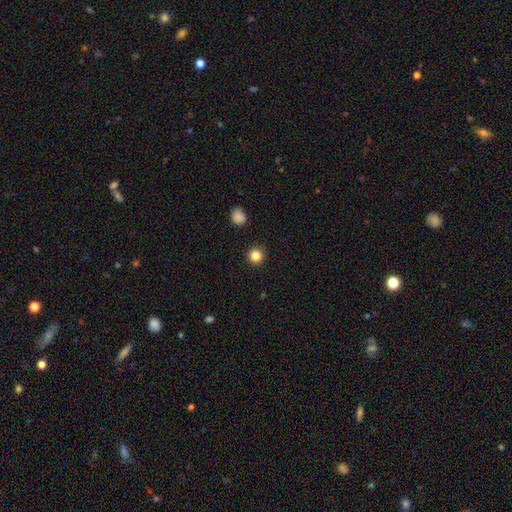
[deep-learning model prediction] smooth_or_featured: smooth (p=0.84) [alt: star or artifact p=0.12]
how_rounded: round (p=0.95) [alt: in between p=0.04]
merging: none (p=0.93) [alt: minor disturbance p=0.04]